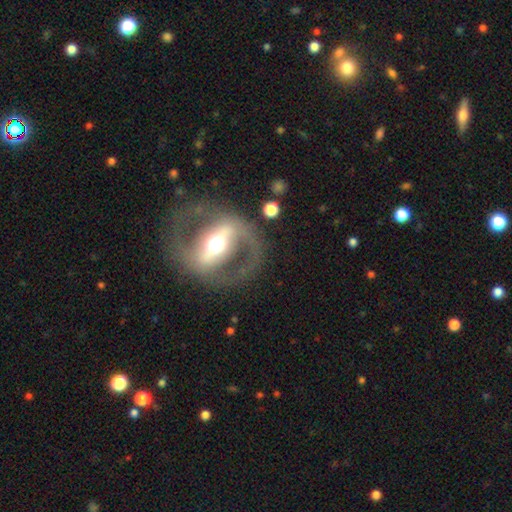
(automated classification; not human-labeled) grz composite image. It shows a featured or disk galaxy (83%) with a strong bar (63%), 2 (84%) medium (47%) spiral arms (75%) and a moderate central bulge (62%). Merging: none (74%).